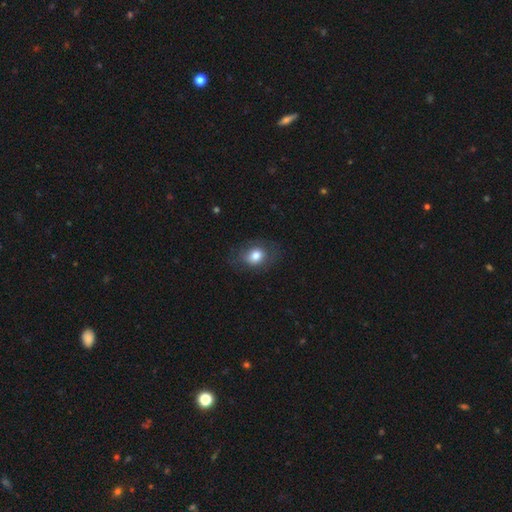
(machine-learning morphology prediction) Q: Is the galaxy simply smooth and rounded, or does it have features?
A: smooth — 78%.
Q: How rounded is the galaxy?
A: in between — 55%.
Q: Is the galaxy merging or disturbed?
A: none — 72%.